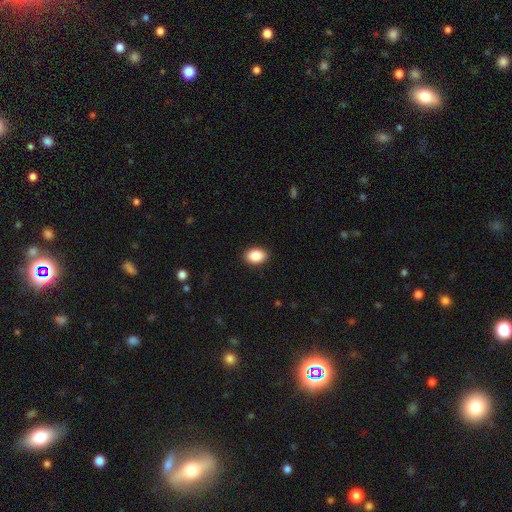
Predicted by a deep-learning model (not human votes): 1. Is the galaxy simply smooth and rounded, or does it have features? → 89% smooth, 7% star or artifact, 4% featured or disk.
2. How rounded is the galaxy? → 83% in between, 16% round, 1% cigar-shaped.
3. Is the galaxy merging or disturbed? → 90% none, 7% minor disturbance, 2% major disturbance, 1% merger.